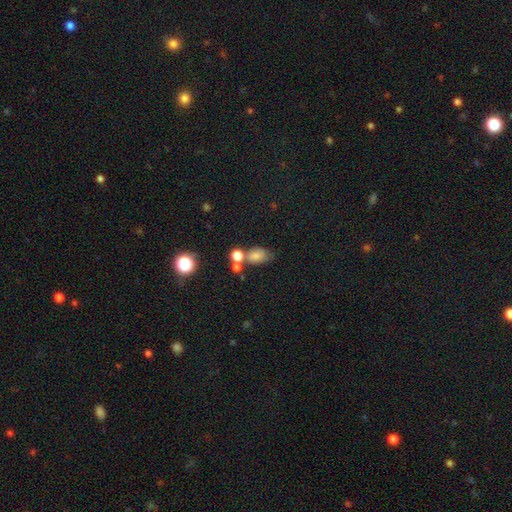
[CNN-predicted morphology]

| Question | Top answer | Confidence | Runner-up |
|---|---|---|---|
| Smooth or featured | smooth | 72% | star or artifact (15%) |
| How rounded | in between | 72% | round (26%) |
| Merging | none | 41% | merger (30%) |